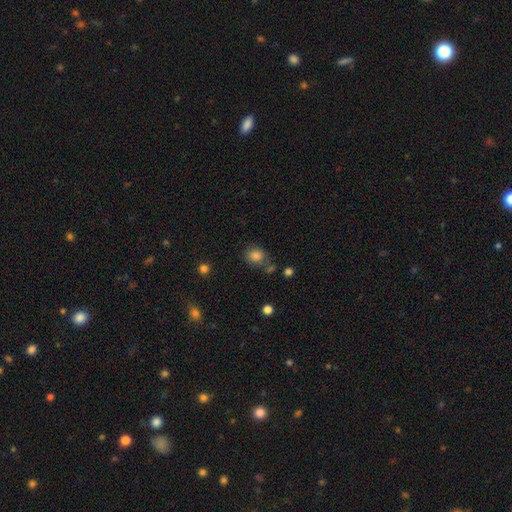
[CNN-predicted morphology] A smooth galaxy with no disk features (83%) that is round (64%).

Vote fractions:
- Smooth or featured? smooth: 83% / star or artifact: 11% / featured or disk: 5%
- How rounded? round: 64% / in between: 35% / cigar-shaped: 1%
- Merging? none: 64% / minor disturbance: 17% / merger: 12% / major disturbance: 7%